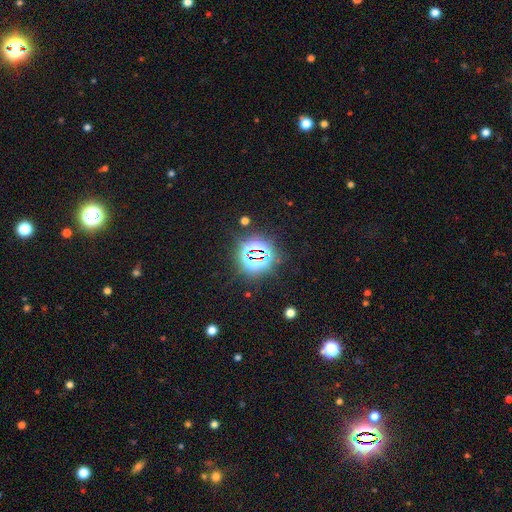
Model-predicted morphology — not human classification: Smooth or featured? Predicted: star or artifact (p=0.78).